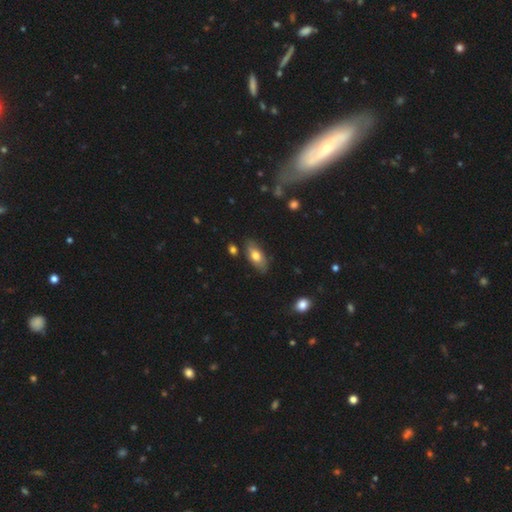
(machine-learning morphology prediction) smooth 68%, featured or disk 25%, star or artifact 7%. Down the decision tree: how rounded — in between (86%); merging — none (76%).